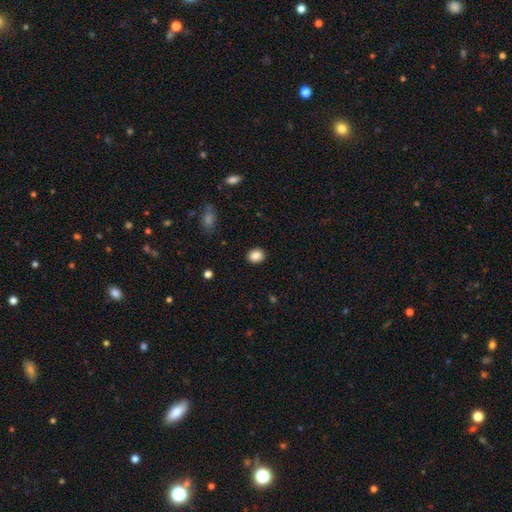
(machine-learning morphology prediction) smooth 86%, star or artifact 9%, featured or disk 4%. Down the decision tree: how rounded — round (64%); merging — none (91%).